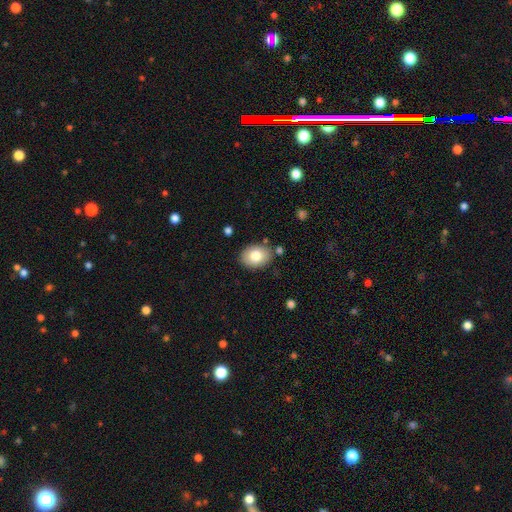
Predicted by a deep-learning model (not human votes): smooth-or-featured: smooth: 79% | featured or disk: 13% | star or artifact: 8%
  how-rounded: in between: 68% | round: 31% | cigar-shaped: 1%
  merging: none: 83% | minor disturbance: 11% | merger: 3% | major disturbance: 3%